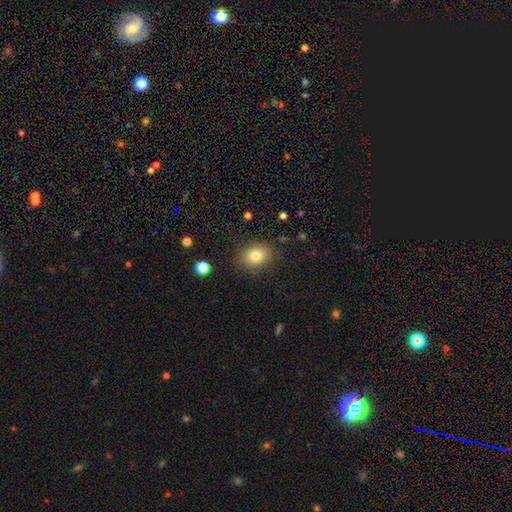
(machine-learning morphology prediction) type=smooth (81%); roundness=in between (54%); merging=none (87%).